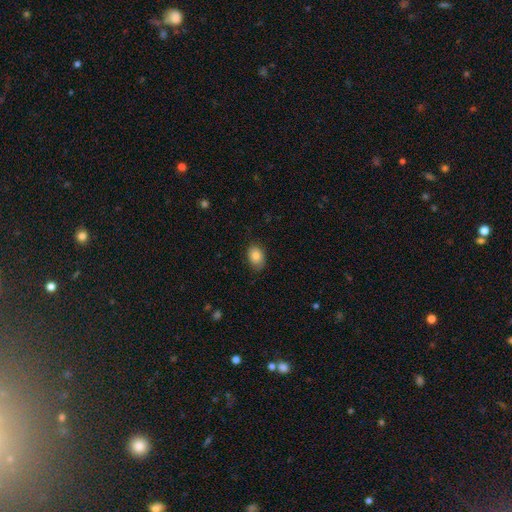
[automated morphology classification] Smooth or featured? Predicted: smooth (p=0.83). How rounded? Predicted: in between (p=0.75). Merging? Predicted: none (p=0.77).